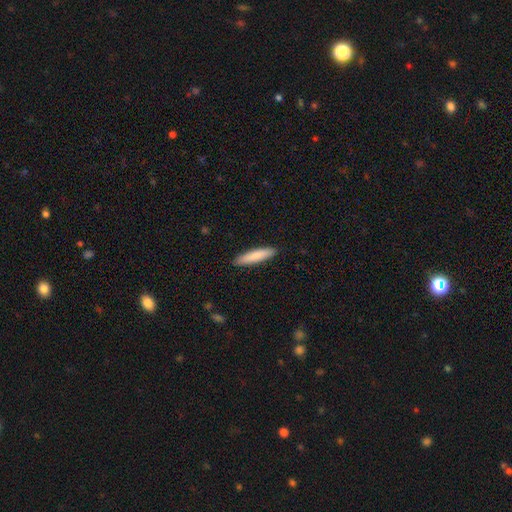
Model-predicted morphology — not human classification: Q: Smooth or featured?
A: smooth (85%); runner-up: featured or disk (10%)
Q: How rounded?
A: cigar-shaped (83%); runner-up: in between (16%)
Q: Merging?
A: none (91%); runner-up: minor disturbance (7%)